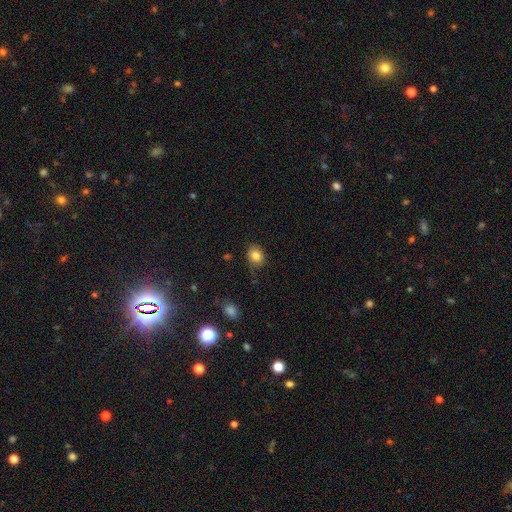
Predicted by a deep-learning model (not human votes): Smooth or featured? smooth (82%)
How rounded? round (53%)
Merging? none (75%)